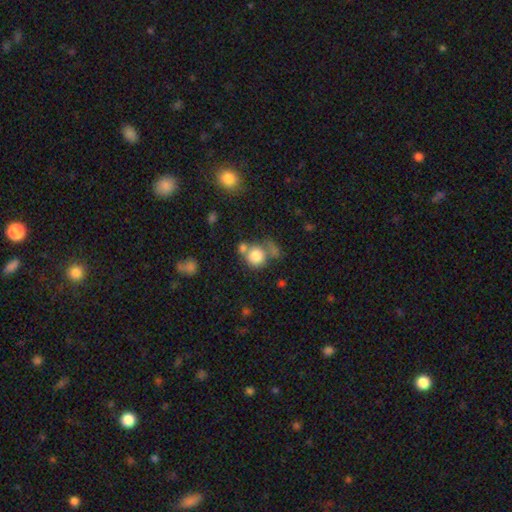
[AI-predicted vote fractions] Smooth or featured?
  - smooth: 81% *
  - star or artifact: 10%
  - featured or disk: 9%
How rounded?
  - round: 87% *
  - in between: 12%
  - cigar-shaped: 1%
Merging?
  - none: 48% *
  - merger: 32%
  - minor disturbance: 12%
  - major disturbance: 7%